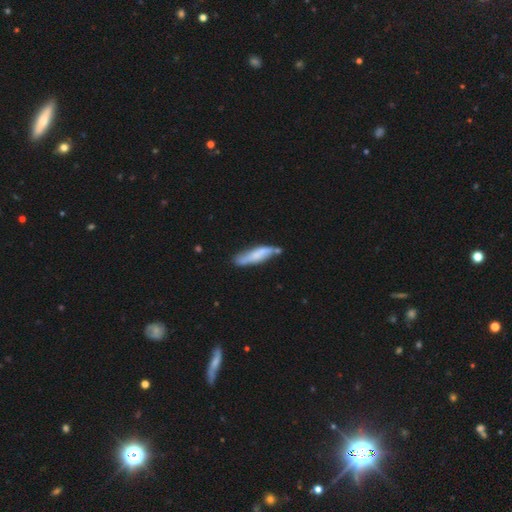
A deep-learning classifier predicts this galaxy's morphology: smooth-or-featured: smooth: 56% | featured or disk: 38% | star or artifact: 6%
  how-rounded: cigar-shaped: 76% | in between: 22% | round: 2%
  merging: none: 64% | minor disturbance: 22% | merger: 9% | major disturbance: 5%